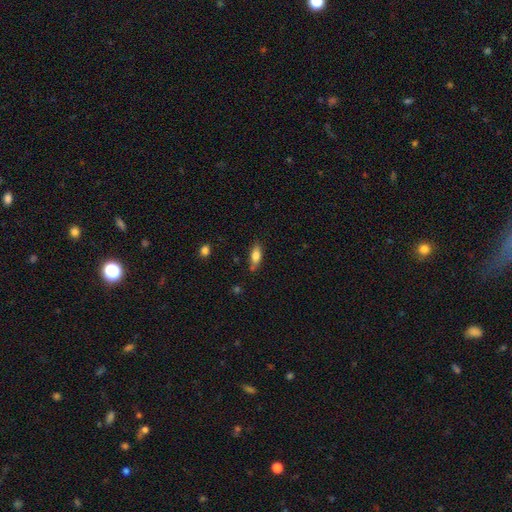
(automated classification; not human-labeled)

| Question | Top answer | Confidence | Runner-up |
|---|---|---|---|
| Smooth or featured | smooth | 76% | featured or disk (17%) |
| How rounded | in between | 71% | cigar-shaped (27%) |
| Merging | none | 75% | minor disturbance (18%) |